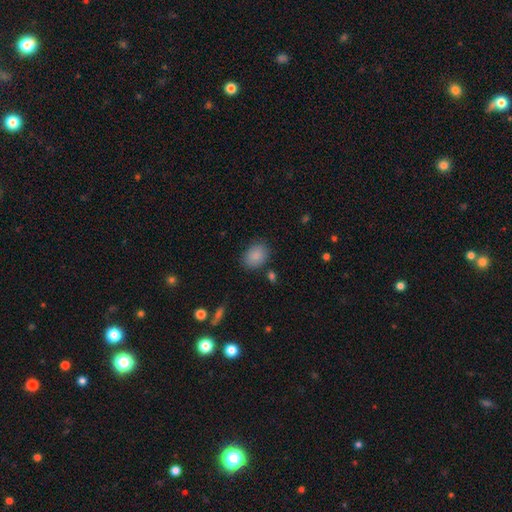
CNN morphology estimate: smooth-or-featured: smooth: 88% | star or artifact: 8% | featured or disk: 4%
  how-rounded: in between: 65% | round: 34% | cigar-shaped: 1%
  merging: none: 81% | minor disturbance: 13% | major disturbance: 4% | merger: 3%